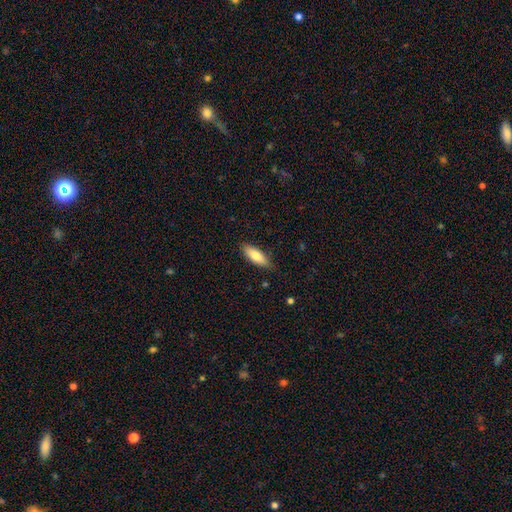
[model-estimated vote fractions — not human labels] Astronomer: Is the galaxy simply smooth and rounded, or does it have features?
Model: smooth — 78%.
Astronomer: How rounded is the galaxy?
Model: in between — 66%.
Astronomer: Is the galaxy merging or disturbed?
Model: none — 84%.